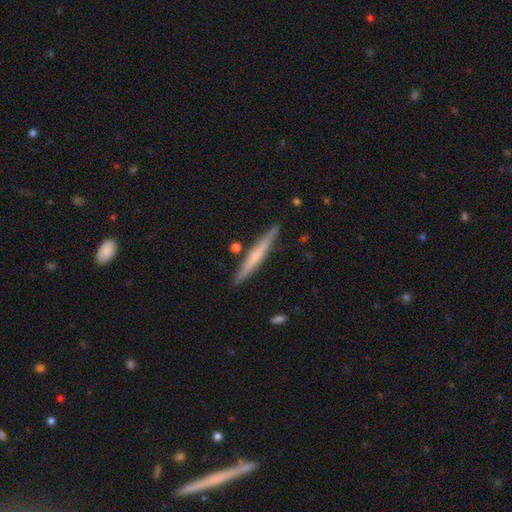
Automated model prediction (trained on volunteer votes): Morphology: type=featured or disk (50%); merging=none (87%).